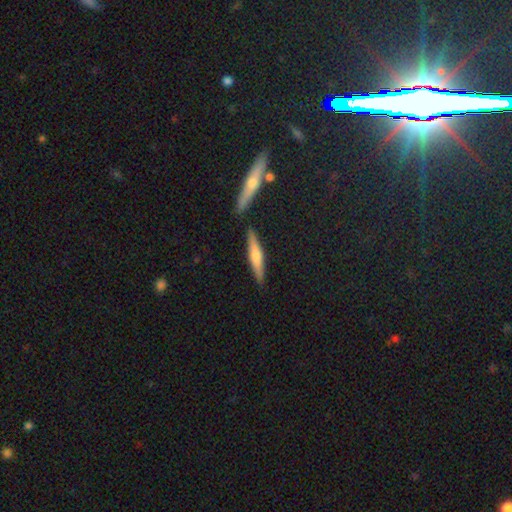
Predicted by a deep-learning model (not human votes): smooth_or_featured: smooth (p=0.49) [alt: featured or disk p=0.44]
merging: none (p=0.83) [alt: minor disturbance p=0.09]